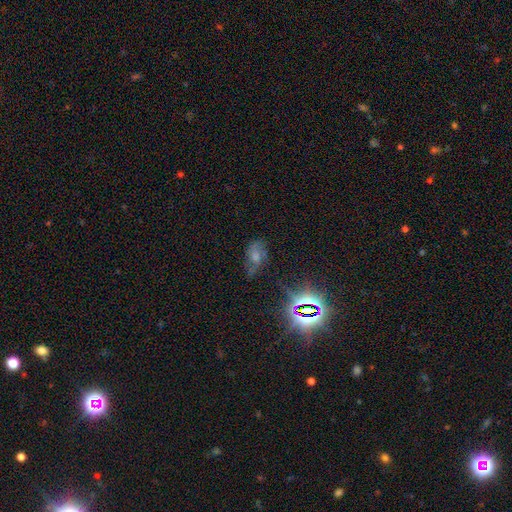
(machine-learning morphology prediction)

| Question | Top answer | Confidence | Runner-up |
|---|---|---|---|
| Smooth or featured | smooth | 43% | featured or disk (33%) |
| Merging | none | 51% | minor disturbance (29%) |